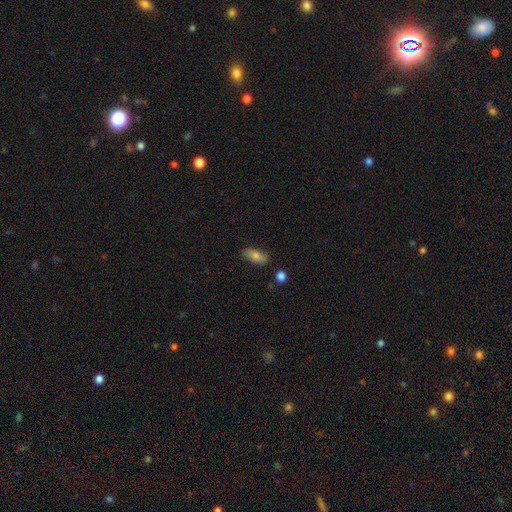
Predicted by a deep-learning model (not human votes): smooth-or-featured: smooth: 73% | featured or disk: 20% | star or artifact: 7%
  how-rounded: in between: 85% | cigar-shaped: 12% | round: 3%
  merging: none: 82% | minor disturbance: 13% | major disturbance: 2% | merger: 2%